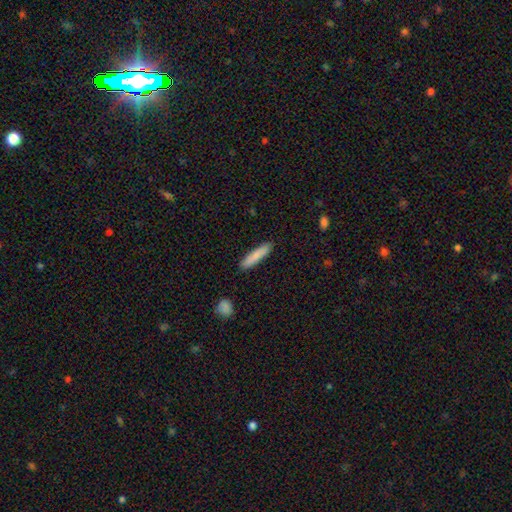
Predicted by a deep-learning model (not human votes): Morphology: type=smooth (84%); roundness=cigar-shaped (88%); merging=none (90%).